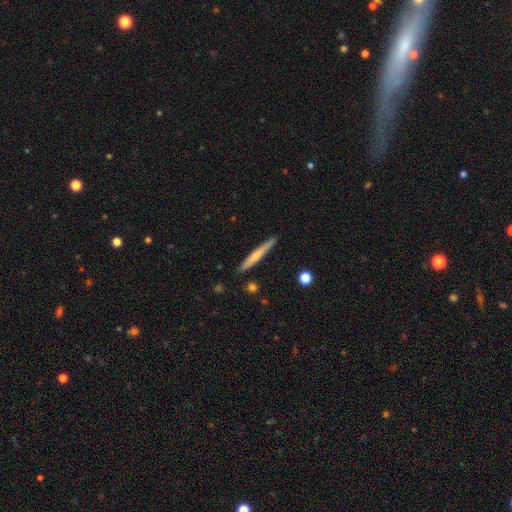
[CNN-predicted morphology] This appears to be a smooth galaxy with no disk features (54%) that is cigar-shaped (96%). Merging: none (88%).